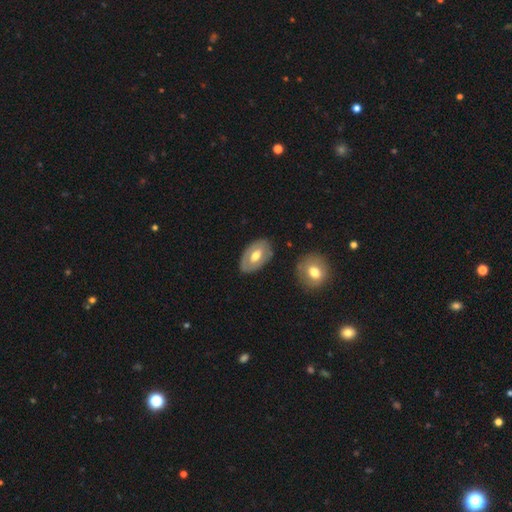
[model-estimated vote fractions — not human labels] Smooth or featured? Predicted: featured or disk (p=0.48). Merging? Predicted: none (p=0.79).